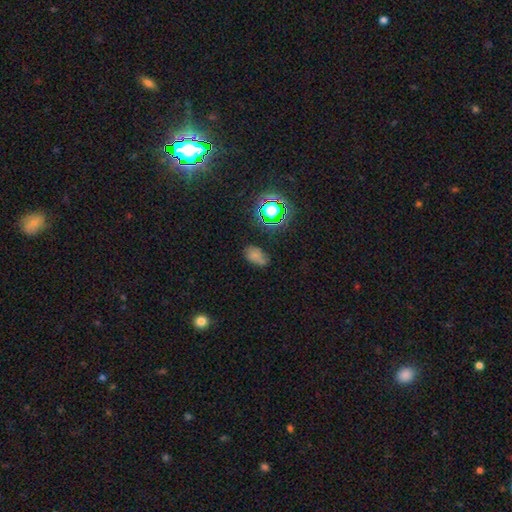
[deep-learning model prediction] smooth 64%, star or artifact 25%, featured or disk 12%. Down the decision tree: how rounded — in between (84%); merging — none (54%).